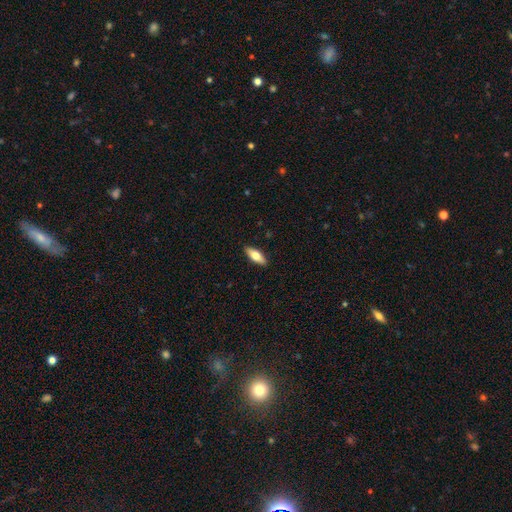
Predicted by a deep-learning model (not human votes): smooth 65%, featured or disk 29%, star or artifact 6%. Down the decision tree: how rounded — in between (68%); merging — none (90%).